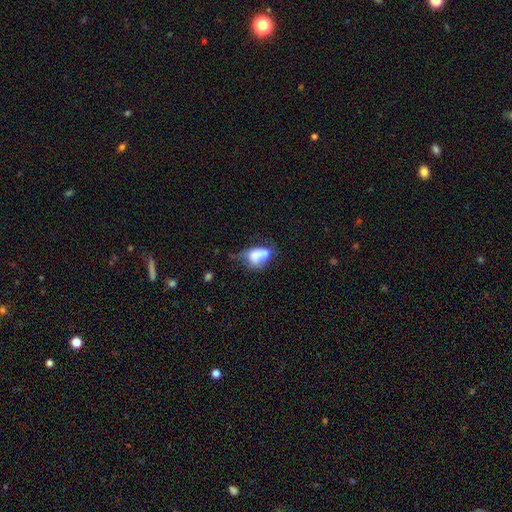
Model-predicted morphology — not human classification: Smooth or featured: smooth — 65% (featured or disk — 25%)
How rounded: in between — 83% (round — 14%)
Merging: merger — 31% (minor disturbance — 24%)